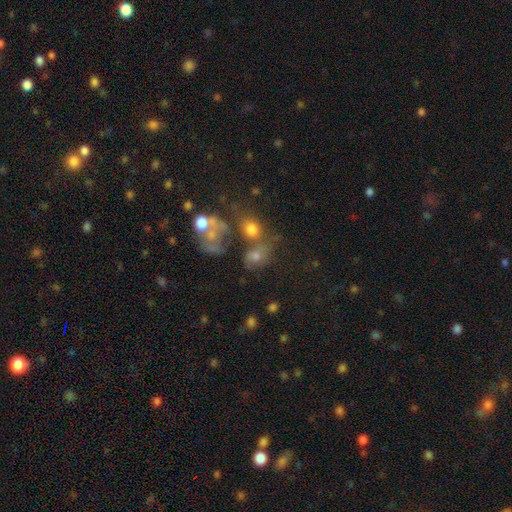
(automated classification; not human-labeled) A smooth galaxy with no disk features (61%) that is round (55%). Merging: none (36%).